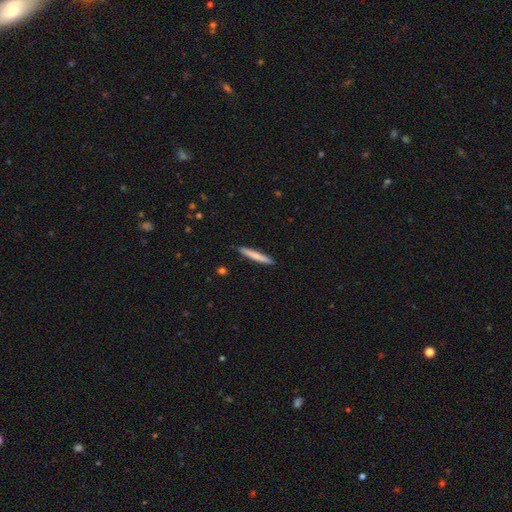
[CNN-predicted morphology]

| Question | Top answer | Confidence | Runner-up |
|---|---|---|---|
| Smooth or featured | smooth | 76% | featured or disk (18%) |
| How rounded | cigar-shaped | 96% | in between (3%) |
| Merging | none | 91% | minor disturbance (6%) |